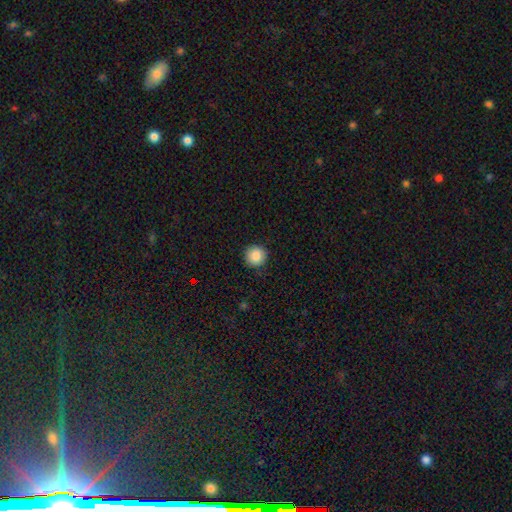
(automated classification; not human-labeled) Smooth or featured: smooth — 88% (star or artifact — 8%)
How rounded: round — 95% (in between — 4%)
Merging: none — 91% (minor disturbance — 6%)